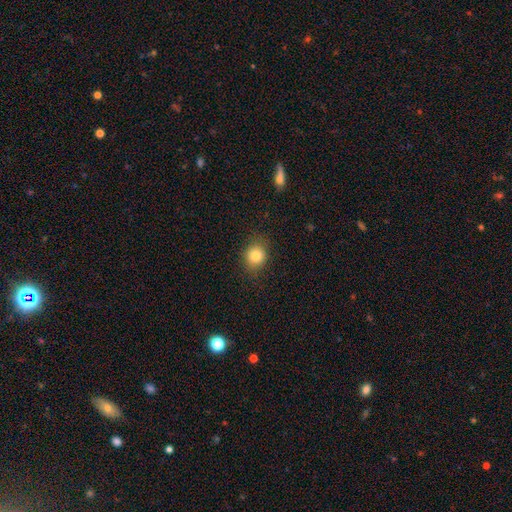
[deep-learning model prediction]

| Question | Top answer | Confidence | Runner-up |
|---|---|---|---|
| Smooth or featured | smooth | 83% | star or artifact (11%) |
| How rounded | round | 74% | in between (25%) |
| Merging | none | 84% | minor disturbance (11%) |